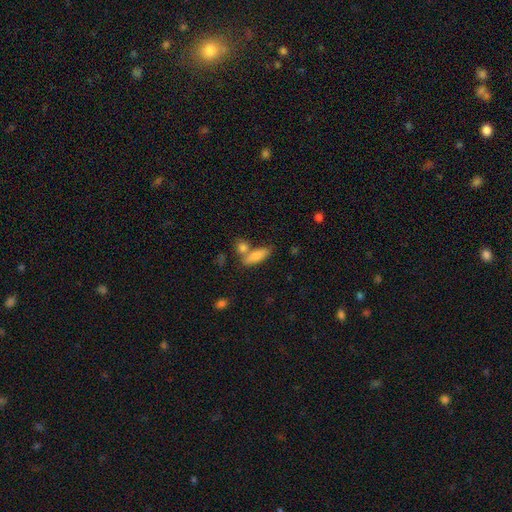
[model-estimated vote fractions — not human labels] This is clearly a smooth galaxy (83%). How rounded: possibly in between (58%). Merging: possibly none (56%).